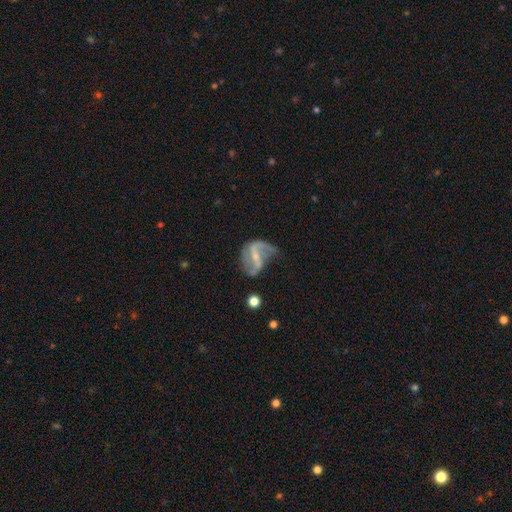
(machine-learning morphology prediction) This appears to be a featured or disk galaxy (84%) with a strong bar (44%), 2 (79%) loose (63%) spiral arms (90%) and a small central bulge (61%). Merging: none (44%).